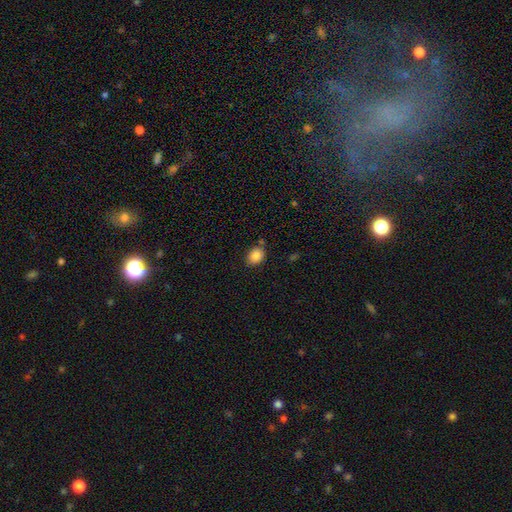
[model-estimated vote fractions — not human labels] smooth 86%, star or artifact 9%, featured or disk 4%. Down the decision tree: how rounded — in between (57%); merging — none (73%).